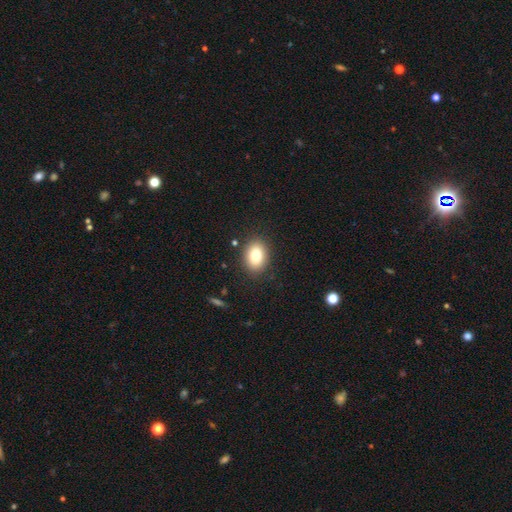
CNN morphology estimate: smooth-or-featured: smooth: 81% | featured or disk: 10% | star or artifact: 9%
  how-rounded: in between: 72% | round: 27% | cigar-shaped: 1%
  merging: none: 87% | minor disturbance: 9% | major disturbance: 3% | merger: 1%